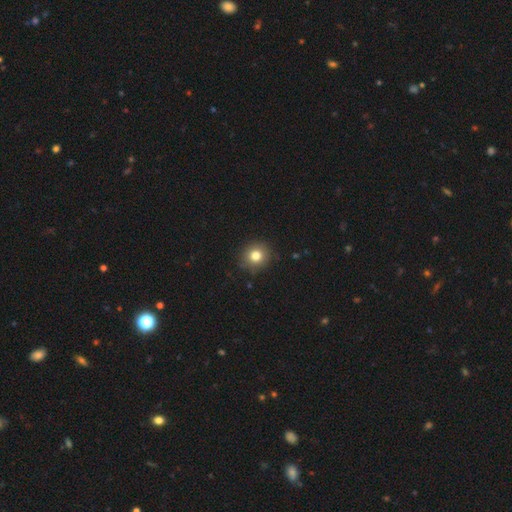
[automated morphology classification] Overall: smooth (80%). How rounded: round (90%). Merging: none (89%).